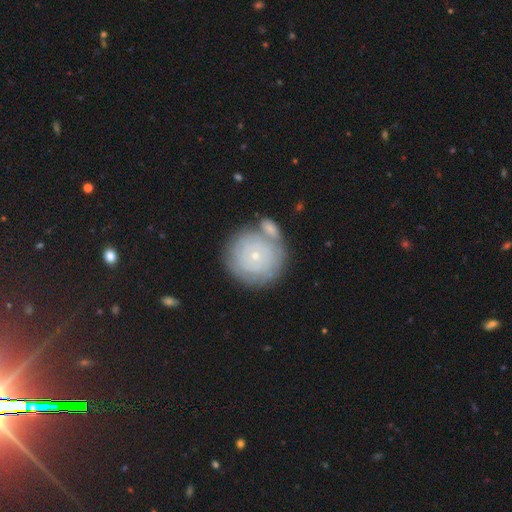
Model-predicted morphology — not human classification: Smooth or featured: featured or disk — 61% (smooth — 31%)
Edge-on disk: no — 97% (yes — 3%)
Bar: no — 88% (weak — 9%)
Spiral arms: yes — 71% (no — 29%)
Bulge size: small — 81% (moderate — 16%)
Merging: none — 60% (merger — 20%)